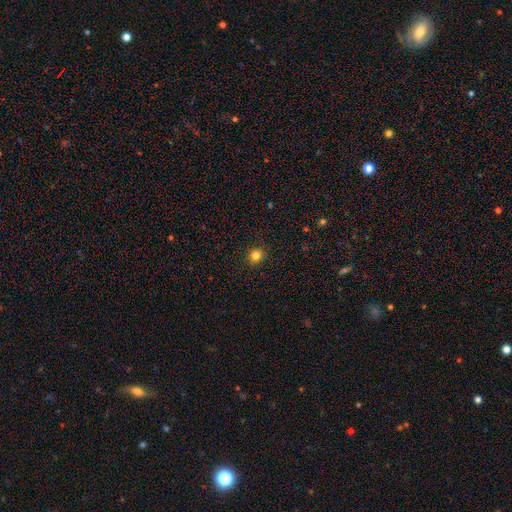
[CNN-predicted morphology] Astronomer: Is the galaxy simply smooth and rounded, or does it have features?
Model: smooth — 83%.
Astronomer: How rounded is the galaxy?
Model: round — 88%.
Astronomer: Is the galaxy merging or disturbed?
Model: none — 91%.